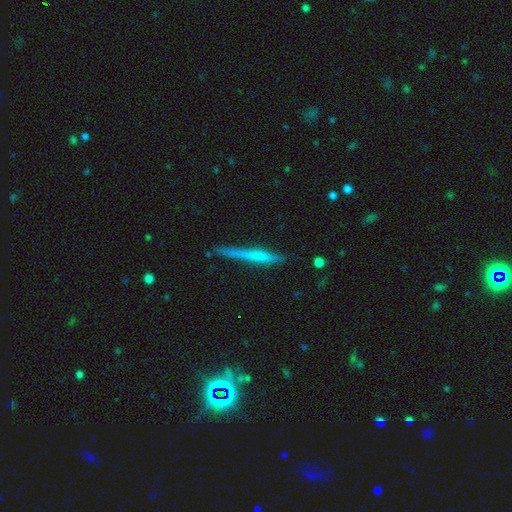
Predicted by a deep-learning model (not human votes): Smooth or featured: smooth — 51% (featured or disk — 43%)
How rounded: cigar-shaped — 96% (in between — 3%)
Merging: none — 81% (minor disturbance — 14%)